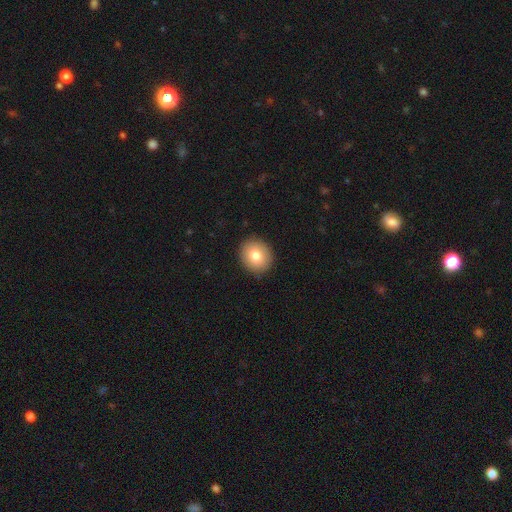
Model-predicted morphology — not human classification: Overall: smooth (80%). How rounded: round (75%). Merging: none (91%).